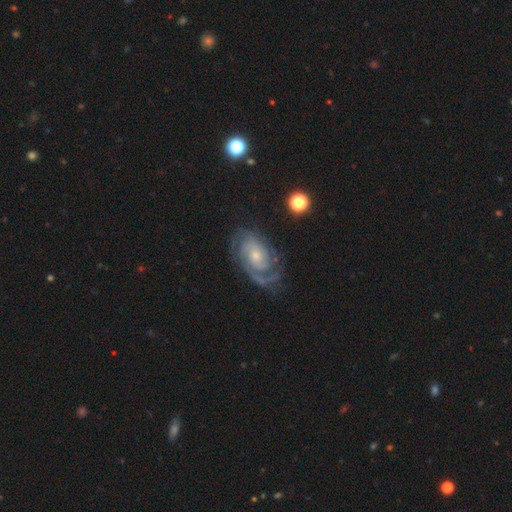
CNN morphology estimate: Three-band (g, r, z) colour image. It shows a featured or disk galaxy (87%) with no bar (67%), 2 (50%) tight (62%) spiral arms (97%) and a small central bulge (61%). Merging: none (71%).